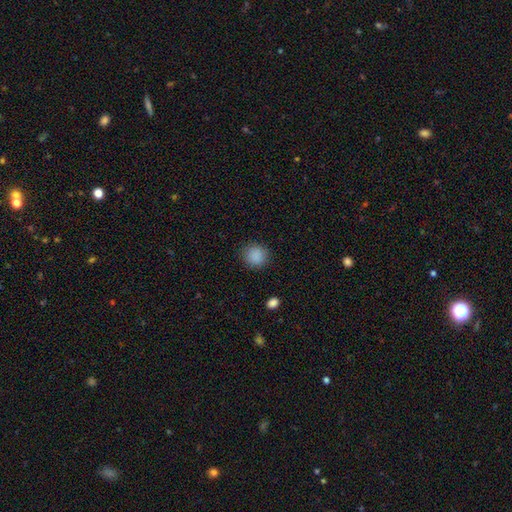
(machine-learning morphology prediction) type=smooth (88%); roundness=round (88%); merging=none (88%).